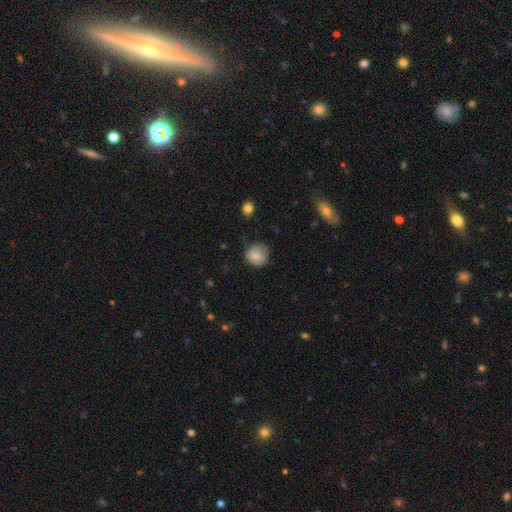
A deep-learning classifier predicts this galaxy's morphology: A smooth galaxy with no disk features (79%) that is round (85%).

Vote fractions:
- Smooth or featured? smooth: 79% / featured or disk: 13% / star or artifact: 8%
- How rounded? round: 85% / in between: 14% / cigar-shaped: 1%
- Merging? none: 66% / minor disturbance: 26% / major disturbance: 7% / merger: 1%